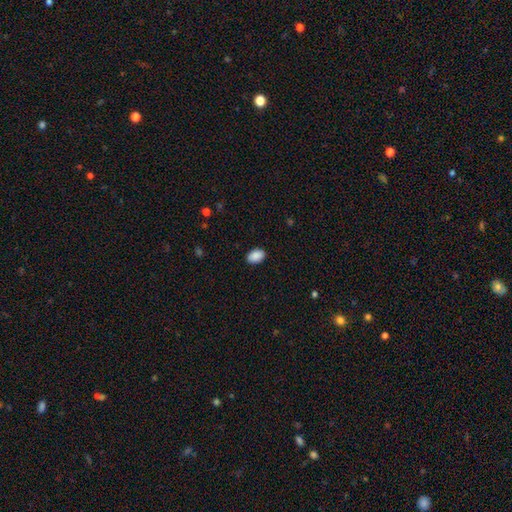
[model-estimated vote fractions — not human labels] This appears to be a smooth galaxy with no disk features (90%) that is in between round and cigar-shaped (89%). Merging: none (89%).